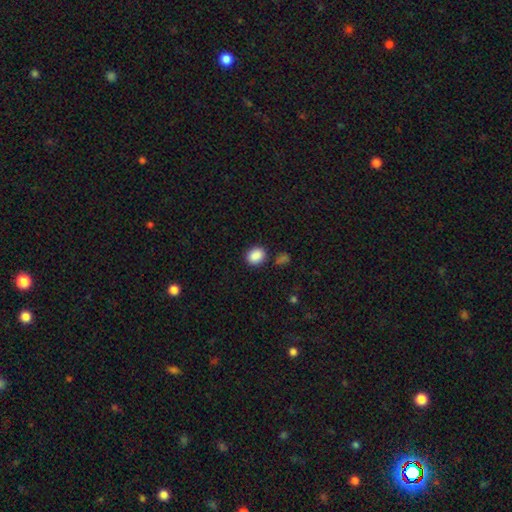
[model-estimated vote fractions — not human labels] Q: Smooth or featured?
A: smooth (88%); runner-up: star or artifact (9%)
Q: How rounded?
A: in between (51%); runner-up: round (48%)
Q: Merging?
A: none (82%); runner-up: minor disturbance (10%)